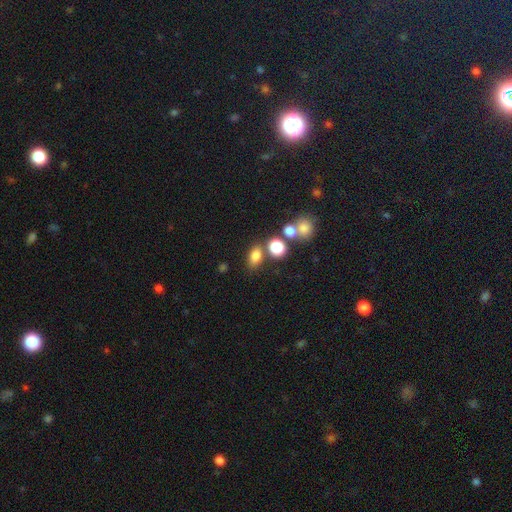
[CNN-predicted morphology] Smooth or featured? Predicted: smooth (p=0.79). How rounded? Predicted: in between (p=0.75). Merging? Predicted: none (p=0.67).